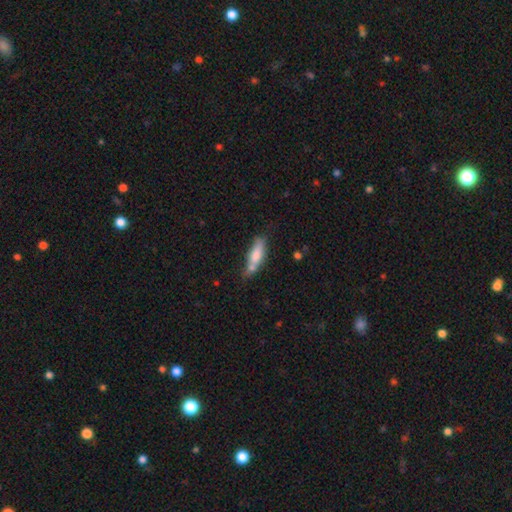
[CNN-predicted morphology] Smooth or featured? smooth (73%)
How rounded? cigar-shaped (51%)
Merging? none (48%)